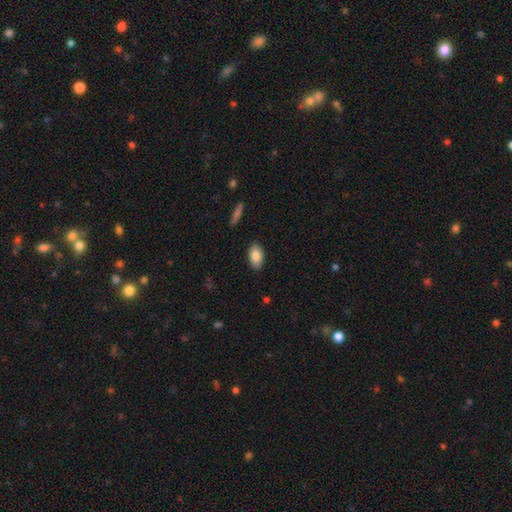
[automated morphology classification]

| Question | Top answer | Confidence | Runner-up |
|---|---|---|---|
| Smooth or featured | smooth | 85% | featured or disk (8%) |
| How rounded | in between | 93% | round (5%) |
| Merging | none | 88% | minor disturbance (9%) |